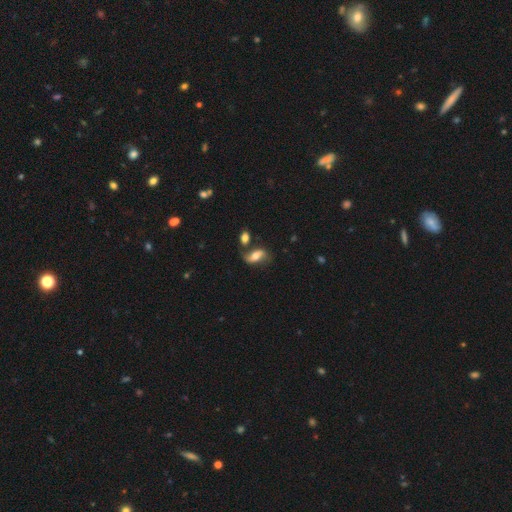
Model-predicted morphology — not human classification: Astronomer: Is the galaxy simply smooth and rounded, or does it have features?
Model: featured or disk — 49% (runner-up: smooth, 42%).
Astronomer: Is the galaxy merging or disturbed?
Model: none — 54%.